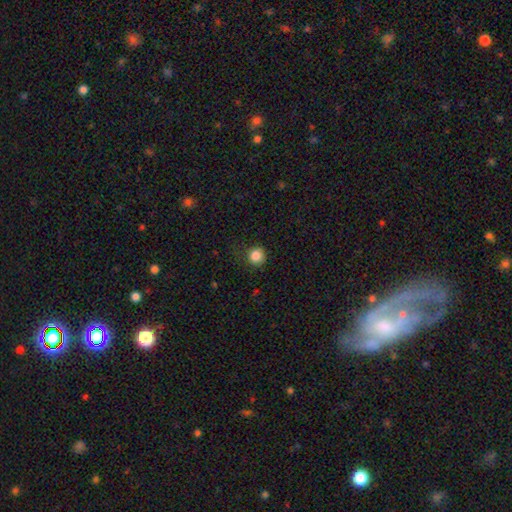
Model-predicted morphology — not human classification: Smooth or featured?
  - smooth: 85% *
  - star or artifact: 11%
  - featured or disk: 4%
How rounded?
  - round: 91% *
  - in between: 8%
  - cigar-shaped: 1%
Merging?
  - none: 80% *
  - minor disturbance: 15%
  - major disturbance: 5%
  - merger: 1%